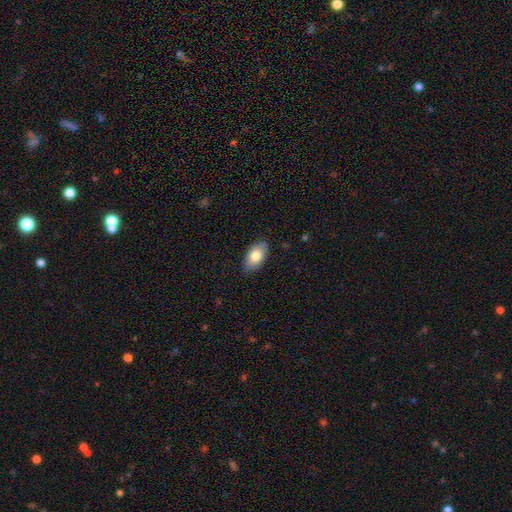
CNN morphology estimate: Smooth or featured? Predicted: smooth (p=0.79). How rounded? Predicted: in between (p=0.93). Merging? Predicted: none (p=0.86).